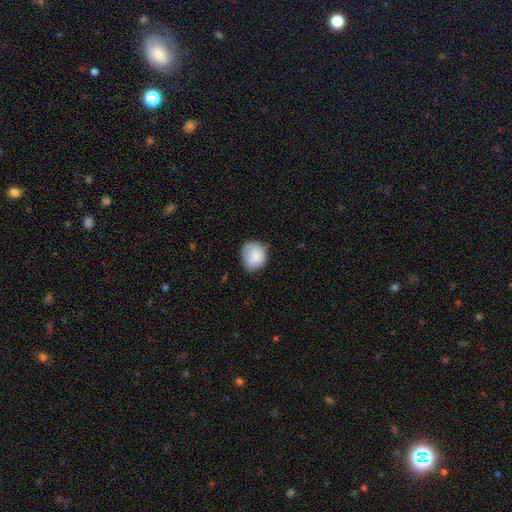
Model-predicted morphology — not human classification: smooth-or-featured: smooth: 82% | featured or disk: 11% | star or artifact: 7%
  how-rounded: round: 69% | in between: 30% | cigar-shaped: 1%
  merging: none: 61% | minor disturbance: 31% | major disturbance: 6% | merger: 2%